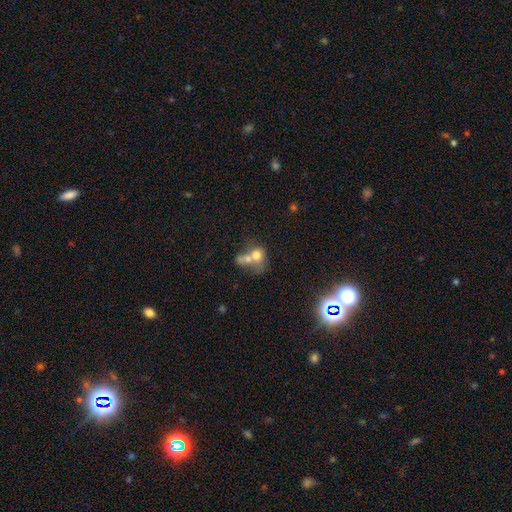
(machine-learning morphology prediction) Smooth or featured: smooth — 67% (featured or disk — 22%)
How rounded: round — 57% (in between — 41%)
Merging: merger — 69% (none — 16%)